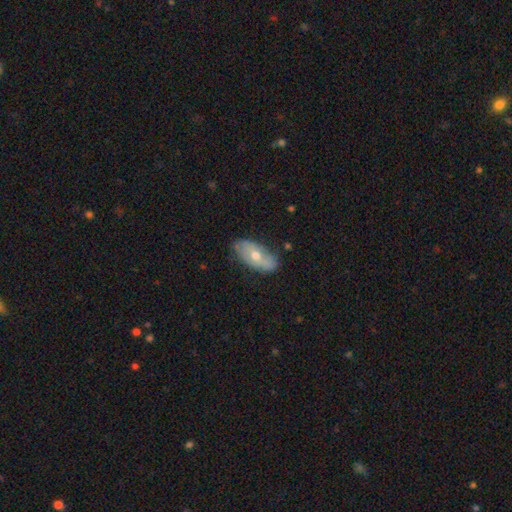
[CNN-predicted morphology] smooth-or-featured: smooth: 47% | featured or disk: 46% | star or artifact: 7%
  merging: none: 75% | minor disturbance: 20% | major disturbance: 4% | merger: 2%